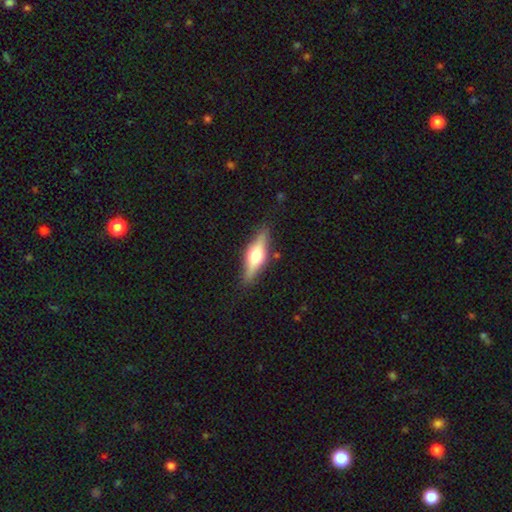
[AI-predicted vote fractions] The model was most divided on "smooth or featured": featured or disk: 57%, smooth: 36%, star or artifact: 6%. More confident: edge-on bulge — rounded (94%); edge-on disk — yes (93%); merging — none (85%).